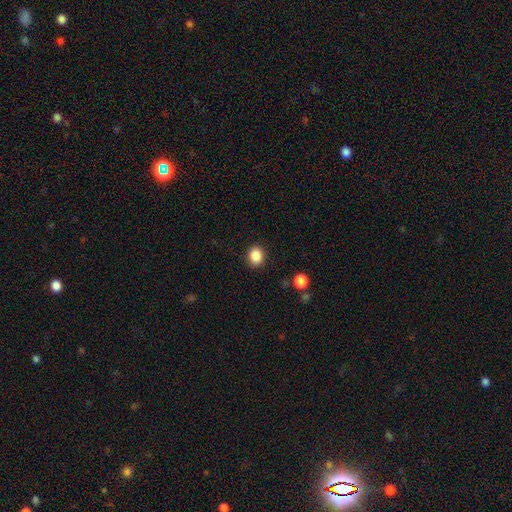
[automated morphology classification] This is clearly a smooth galaxy (87%). How rounded: likely round (68%). Merging: clearly none (89%).